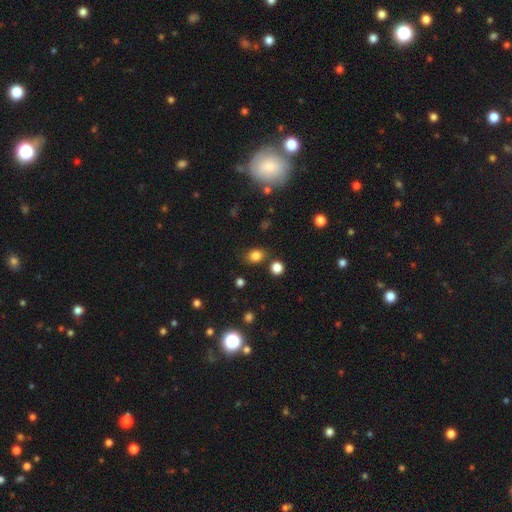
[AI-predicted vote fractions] This is clearly a smooth galaxy (81%). How rounded: possibly in between (56%). Merging: likely none (78%).